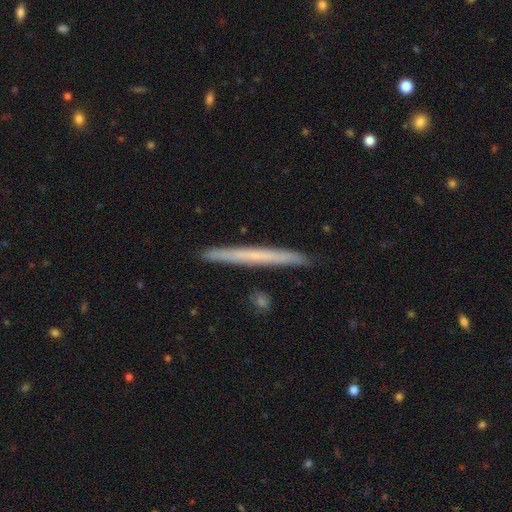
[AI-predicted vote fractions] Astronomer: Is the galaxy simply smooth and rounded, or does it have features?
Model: smooth — 48% (runner-up: featured or disk, 45%).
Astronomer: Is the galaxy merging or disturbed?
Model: none — 91%.